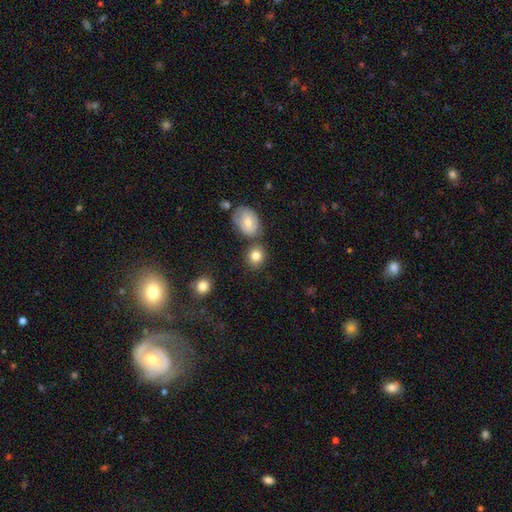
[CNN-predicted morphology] A smooth galaxy with no disk features (82%) that is round (69%). Merging: none (69%).